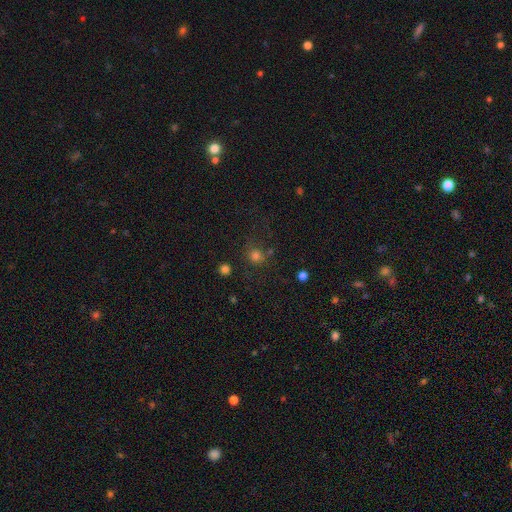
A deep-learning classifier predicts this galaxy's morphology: A smooth galaxy with no disk features (74%) that is round (89%). Merging: none (71%).